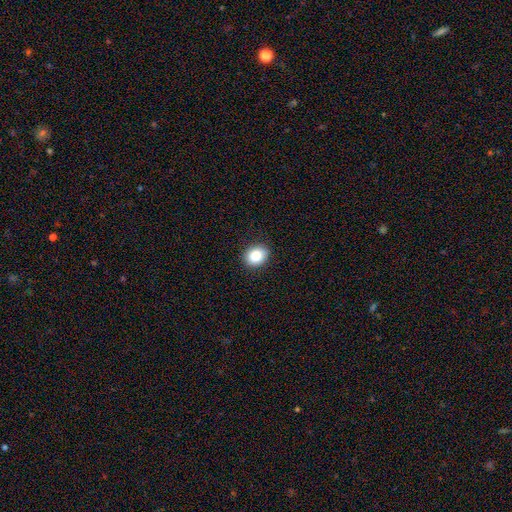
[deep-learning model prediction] A smooth galaxy with no disk features (85%) that is round (53%).

Vote fractions:
- Smooth or featured? smooth: 85% / star or artifact: 9% / featured or disk: 6%
- How rounded? round: 53% / in between: 46% / cigar-shaped: 1%
- Merging? none: 90% / minor disturbance: 8% / major disturbance: 2% / merger: 1%